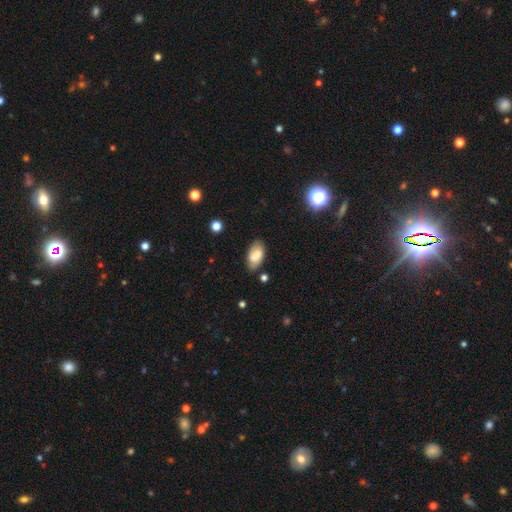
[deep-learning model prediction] Morphology: type=smooth (71%); roundness=in between (93%); merging=none (76%).